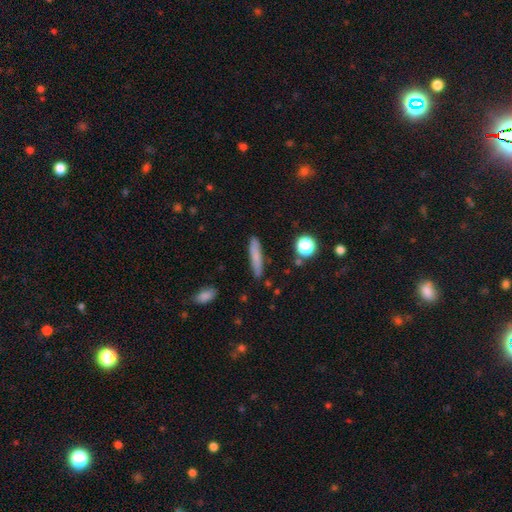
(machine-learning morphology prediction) The model was most divided on "smooth or featured": smooth: 76%, featured or disk: 15%, star or artifact: 9%. More confident: how rounded — cigar-shaped (86%); merging — none (86%).